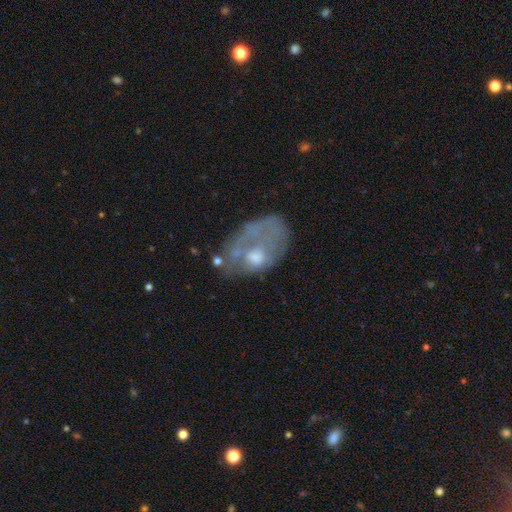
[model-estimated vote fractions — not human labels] smooth-or-featured: featured or disk: 53% | smooth: 38% | star or artifact: 9%
  disk-edge-on: no: 95% | yes: 5%
    bar: no: 84% | weak: 13% | strong: 3%
    has-spiral-arms: no: 78% | yes: 22%
    bulge-size: moderate: 52% | small: 21% | none: 13% | large: 11% | dominant: 2%
  merging: major disturbance: 38% | none: 30% | minor disturbance: 23% | merger: 8%